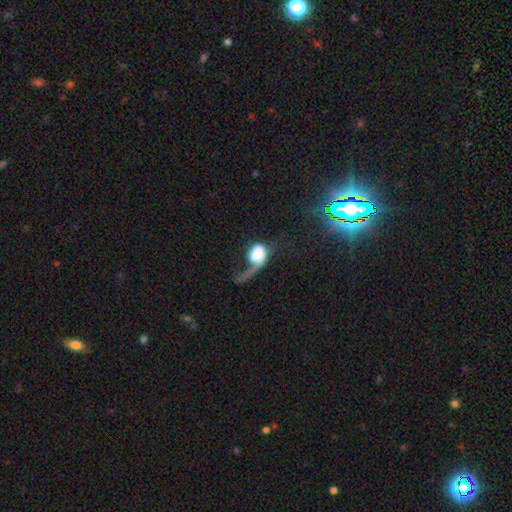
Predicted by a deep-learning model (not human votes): The model was most divided on "how rounded": in between: 51%, round: 47%, cigar-shaped: 2%. More confident: merging — major disturbance (62%); smooth or featured — smooth (52%).